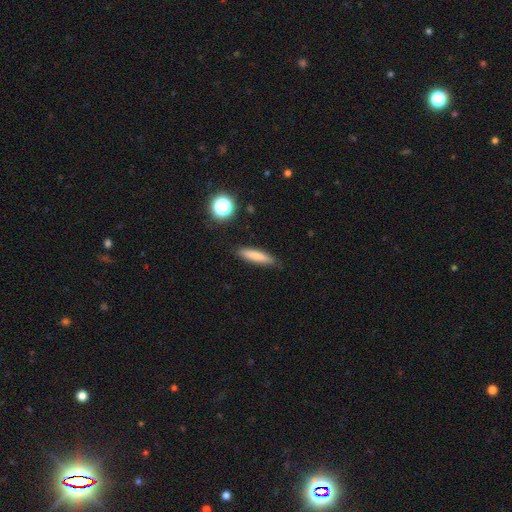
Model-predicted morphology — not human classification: Q: Smooth or featured?
A: smooth (78%); runner-up: featured or disk (14%)
Q: How rounded?
A: cigar-shaped (83%); runner-up: in between (15%)
Q: Merging?
A: none (85%); runner-up: minor disturbance (11%)